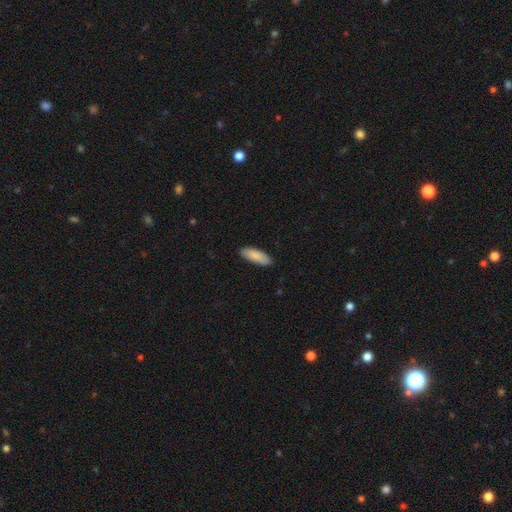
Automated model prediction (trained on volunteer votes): The model was most divided on "how rounded": in between: 71%, cigar-shaped: 27%, round: 2%. More confident: merging — none (88%); smooth or featured — smooth (87%).